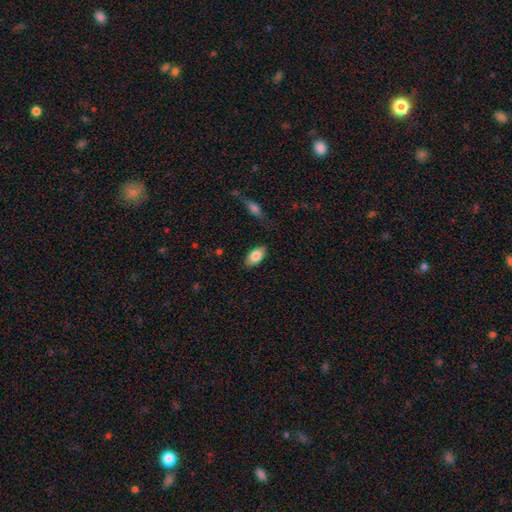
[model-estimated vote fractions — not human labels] smooth 81%, featured or disk 12%, star or artifact 7%. Down the decision tree: how rounded — in between (91%); merging — none (84%).